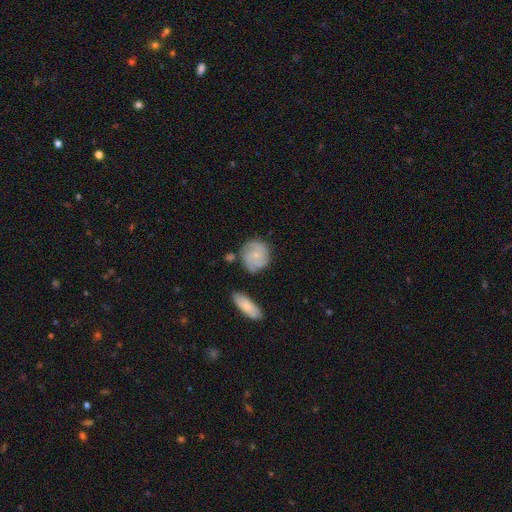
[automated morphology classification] Smooth or featured: featured or disk — 60% (smooth — 34%)
Edge-on disk: no — 97% (yes — 3%)
Bar: no — 76% (weak — 21%)
Spiral arms: yes — 90% (no — 10%)
Spiral winding: tight — 55% (medium — 35%)
Spiral arm count: 2 — 33% (3 — 27%)
Bulge size: small — 74% (moderate — 17%)
Merging: none — 74% (minor disturbance — 17%)